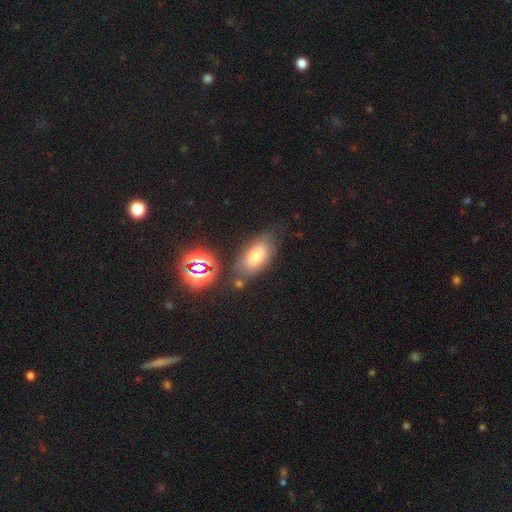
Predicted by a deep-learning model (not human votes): Smooth or featured? smooth (65%)
How rounded? in between (90%)
Merging? none (68%)